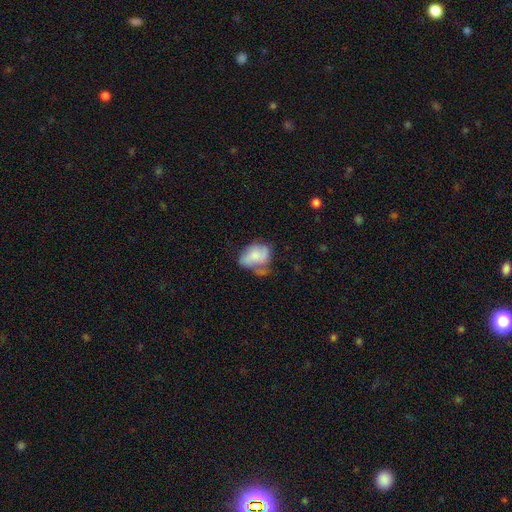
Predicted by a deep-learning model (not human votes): Q: Smooth or featured?
A: smooth (63%); runner-up: featured or disk (29%)
Q: How rounded?
A: in between (80%); runner-up: round (19%)
Q: Merging?
A: minor disturbance (31%); runner-up: none (29%)